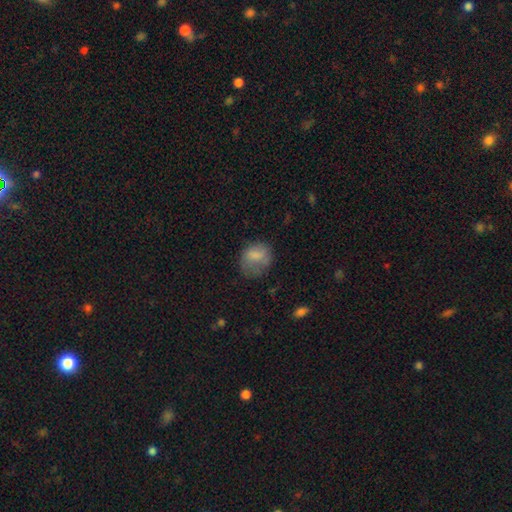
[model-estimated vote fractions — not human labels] Overall: smooth (76%). How rounded: round (60%; in between 39%). Merging: none (51%; minor disturbance 28%).